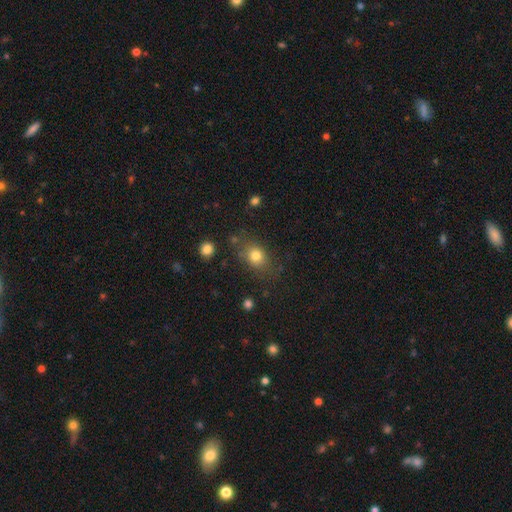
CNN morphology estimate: type=smooth (78%); roundness=in between (54%); merging=none (72%).